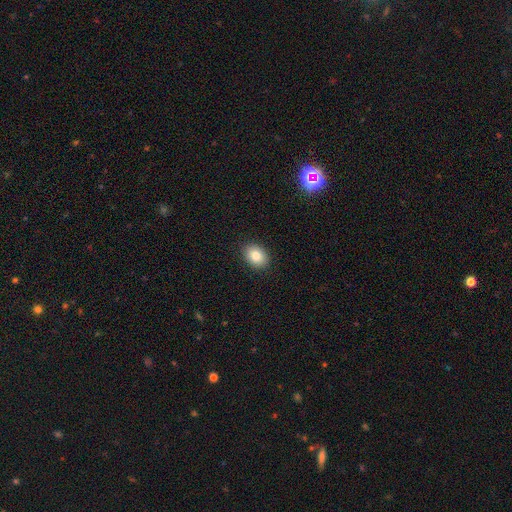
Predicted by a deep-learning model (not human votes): smooth-or-featured: smooth: 84% | star or artifact: 9% | featured or disk: 8%
  how-rounded: in between: 66% | round: 33% | cigar-shaped: 1%
  merging: none: 90% | minor disturbance: 7% | major disturbance: 2% | merger: 1%